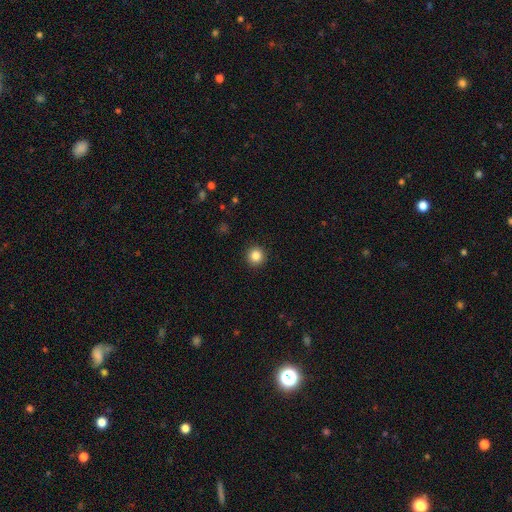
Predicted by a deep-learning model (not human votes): smooth_or_featured: smooth (p=0.85) [alt: star or artifact p=0.10]
how_rounded: round (p=0.96) [alt: in between p=0.03]
merging: none (p=0.93) [alt: minor disturbance p=0.04]